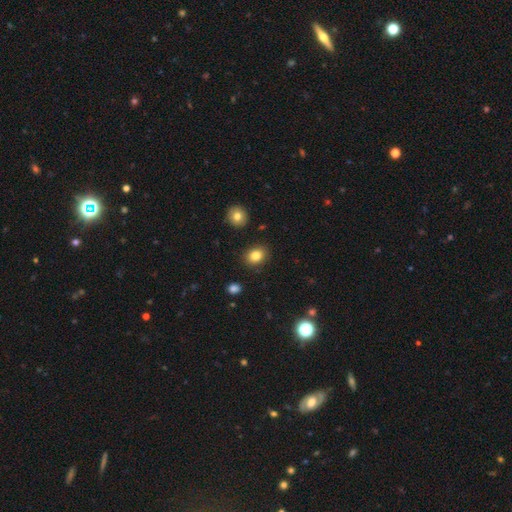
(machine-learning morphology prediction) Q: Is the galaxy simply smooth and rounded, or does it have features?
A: smooth — 83%.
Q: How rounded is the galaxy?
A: in between — 52%.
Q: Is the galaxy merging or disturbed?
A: none — 88%.